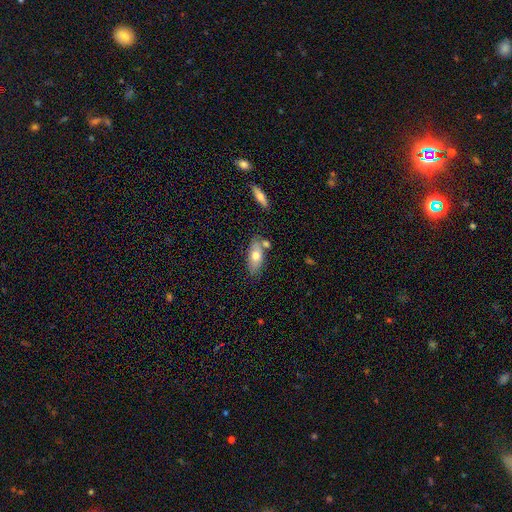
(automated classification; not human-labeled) Overall: smooth (67%). How rounded: in between (84%). Merging: none (66%).